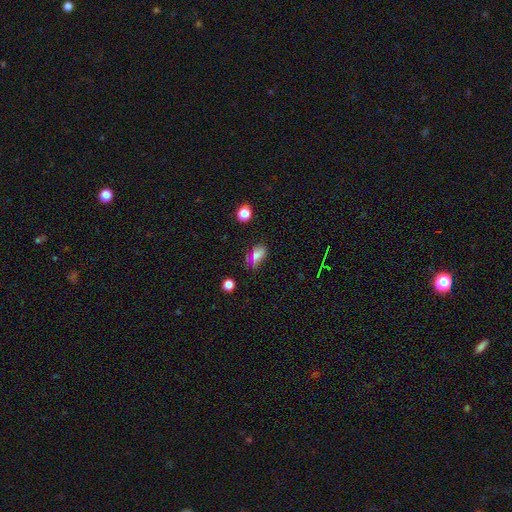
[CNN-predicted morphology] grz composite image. It shows a smooth galaxy with no disk features (67%) that is in between round and cigar-shaped (78%). Merging: none (64%).